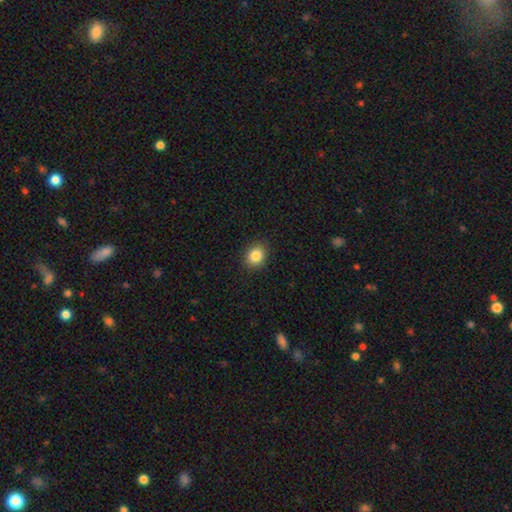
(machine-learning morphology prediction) smooth_or_featured: smooth (p=0.85) [alt: star or artifact p=0.10]
how_rounded: round (p=0.64) [alt: in between p=0.35]
merging: none (p=0.89) [alt: minor disturbance p=0.08]